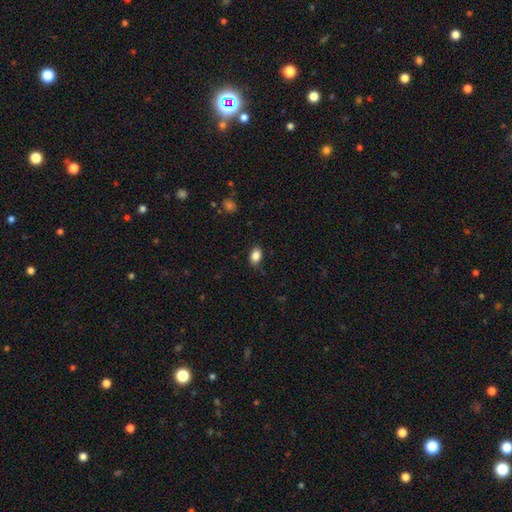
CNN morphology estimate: Q: Smooth or featured?
A: smooth (87%); runner-up: star or artifact (9%)
Q: How rounded?
A: in between (84%); runner-up: round (14%)
Q: Merging?
A: none (86%); runner-up: minor disturbance (10%)